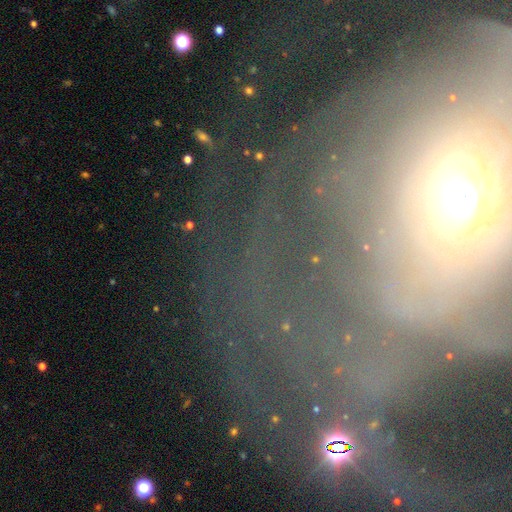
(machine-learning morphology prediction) This is possibly a featured or disk galaxy (47%). Merging: likely none (71%).